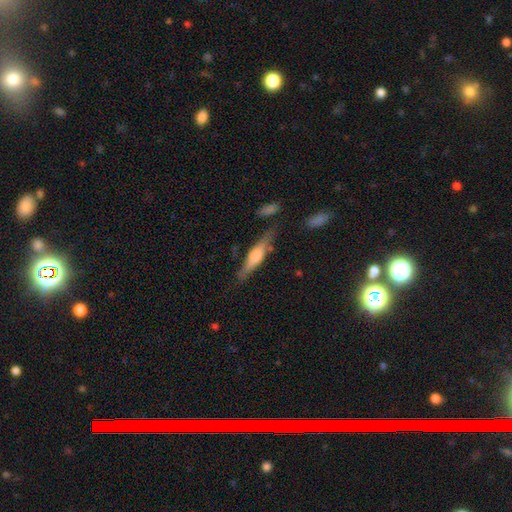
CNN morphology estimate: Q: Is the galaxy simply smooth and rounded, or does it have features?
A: featured or disk — 54%.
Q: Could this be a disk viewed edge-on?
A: yes — 93%.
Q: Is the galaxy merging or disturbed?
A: none — 75%.